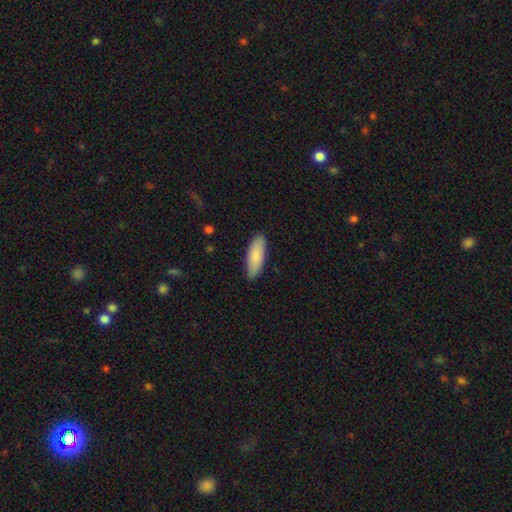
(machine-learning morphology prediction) Smooth or featured?
  - smooth: 87% *
  - featured or disk: 8%
  - star or artifact: 5%
How rounded?
  - in between: 63% *
  - cigar-shaped: 36%
  - round: 2%
Merging?
  - none: 88% *
  - minor disturbance: 10%
  - major disturbance: 2%
  - merger: 1%